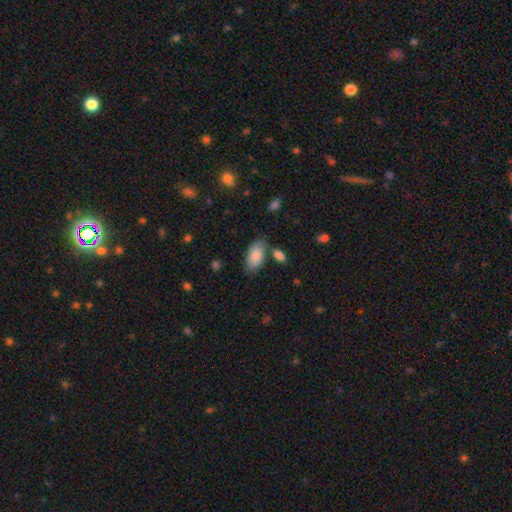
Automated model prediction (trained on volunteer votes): smooth_or_featured: smooth (p=0.87) [alt: featured or disk p=0.07]
how_rounded: in between (p=0.94) [alt: cigar-shaped p=0.04]
merging: none (p=0.72) [alt: minor disturbance p=0.16]